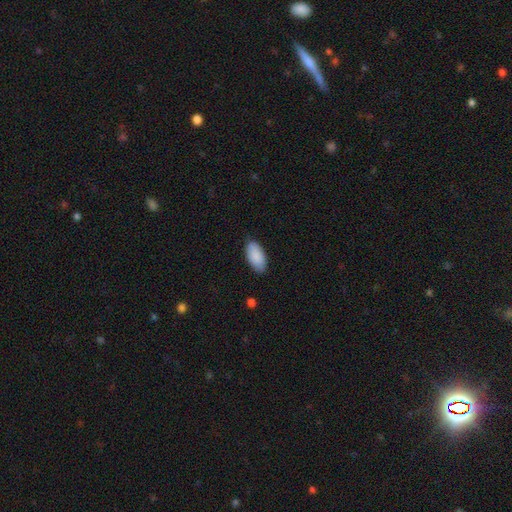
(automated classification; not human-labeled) Smooth or featured: smooth — 90% (star or artifact — 6%)
How rounded: in between — 94% (cigar-shaped — 5%)
Merging: none — 86% (minor disturbance — 11%)